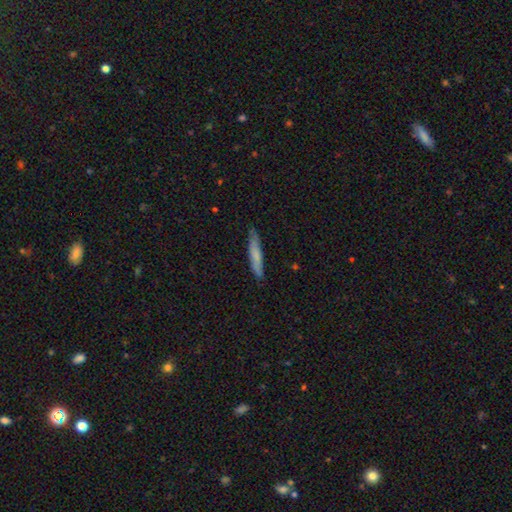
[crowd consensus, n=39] Smooth or featured?
  - smooth: 67% *
  - featured or disk: 31%
  - star or artifact: 3%
How rounded?
  - cigar-shaped: 100% *
  - round: 0%
  - in between: 0%
Merging?
  - none: 87% *
  - minor disturbance: 5%
  - major disturbance: 5%
  - merger: 3%